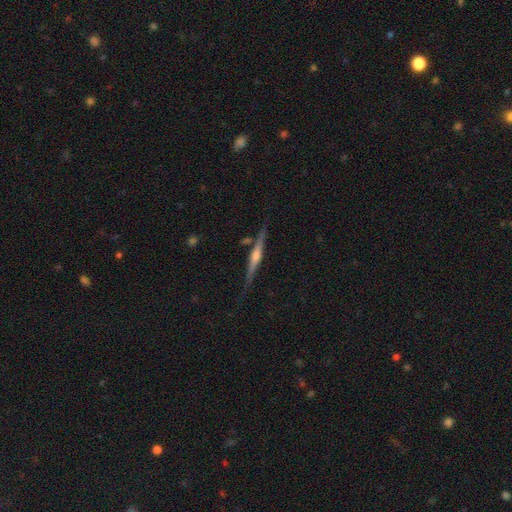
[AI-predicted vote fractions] The model was most divided on "smooth or featured": featured or disk: 79%, smooth: 15%, star or artifact: 6%. More confident: edge-on disk — yes (98%); edge-on bulge — rounded (83%); merging — none (83%).